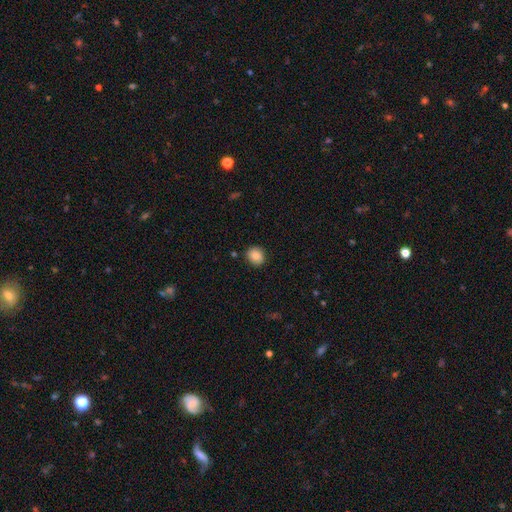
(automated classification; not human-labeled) Smooth or featured? Predicted: smooth (p=0.86). How rounded? Predicted: round (p=0.72). Merging? Predicted: none (p=0.87).